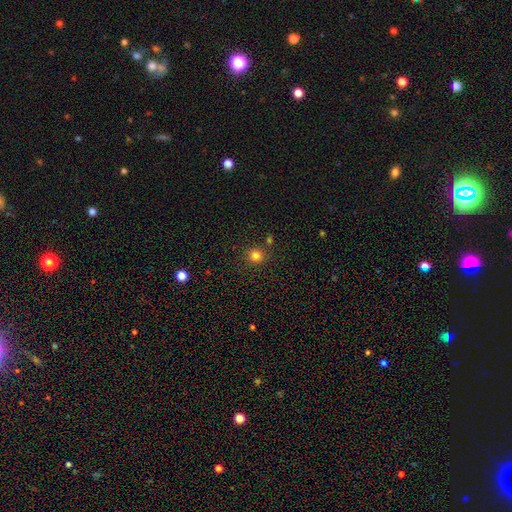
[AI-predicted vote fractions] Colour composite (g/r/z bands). It shows a smooth galaxy with no disk features (81%) that is round (89%). Merging: none (82%).